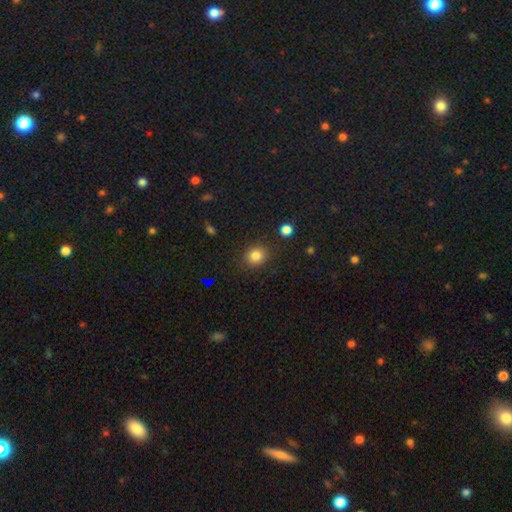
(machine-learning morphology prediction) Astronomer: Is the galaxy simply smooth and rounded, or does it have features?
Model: smooth — 82%.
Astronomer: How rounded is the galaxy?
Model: round — 79%.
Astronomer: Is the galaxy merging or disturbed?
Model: none — 87%.